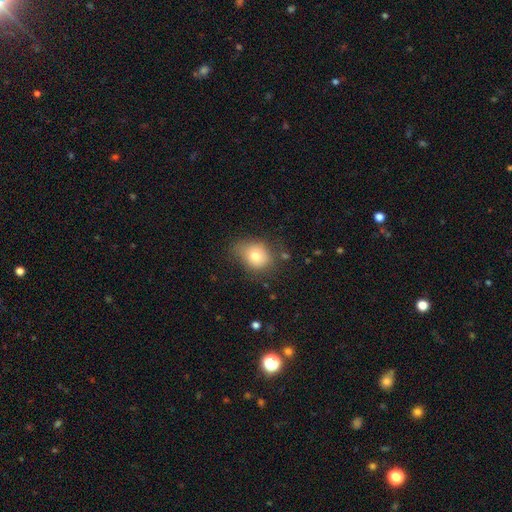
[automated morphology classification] A smooth galaxy with no disk features (77%) that is round (56%). Merging: none (56%).